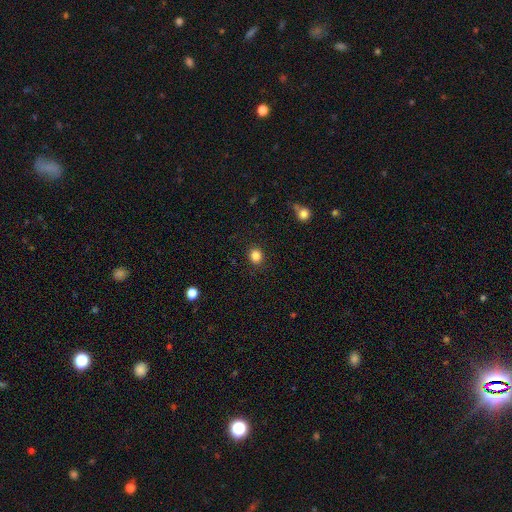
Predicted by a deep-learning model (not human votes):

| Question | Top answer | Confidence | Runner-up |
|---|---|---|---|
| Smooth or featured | smooth | 85% | star or artifact (11%) |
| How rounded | round | 79% | in between (20%) |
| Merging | none | 89% | minor disturbance (7%) |